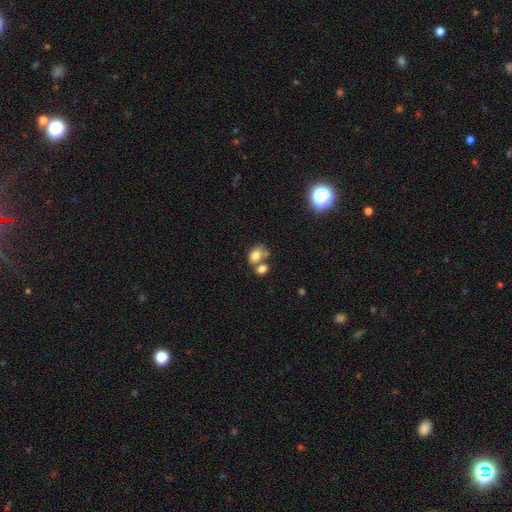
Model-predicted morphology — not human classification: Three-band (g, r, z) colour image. It shows a smooth galaxy with no disk features (76%) that is in between round and cigar-shaped (71%). Merging: merger (45%).